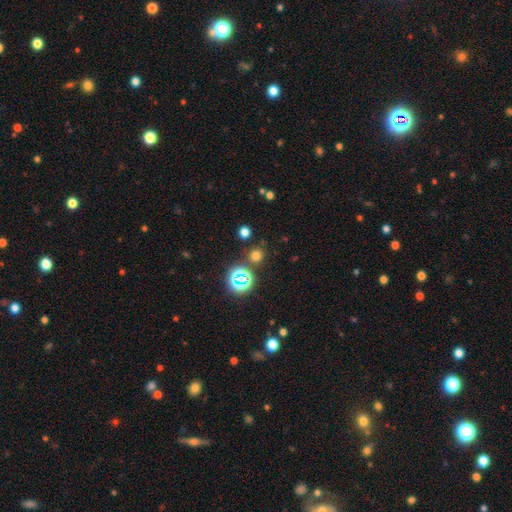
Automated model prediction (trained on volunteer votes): The model was most divided on "smooth or featured": smooth: 65%, star or artifact: 29%, featured or disk: 6%. More confident: how rounded — round (91%); merging — none (82%).